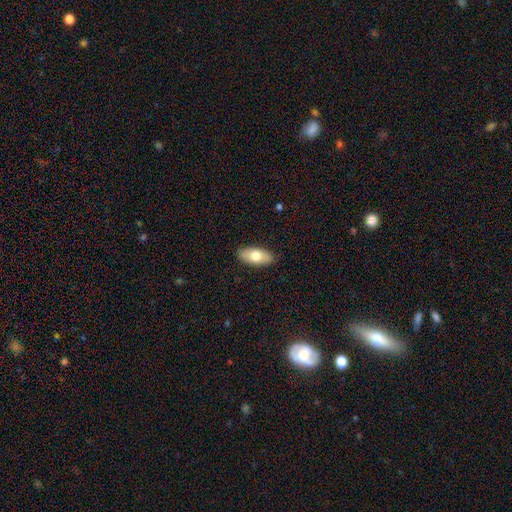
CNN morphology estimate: smooth 72%, featured or disk 22%, star or artifact 6%. Down the decision tree: how rounded — in between (90%); merging — none (88%).